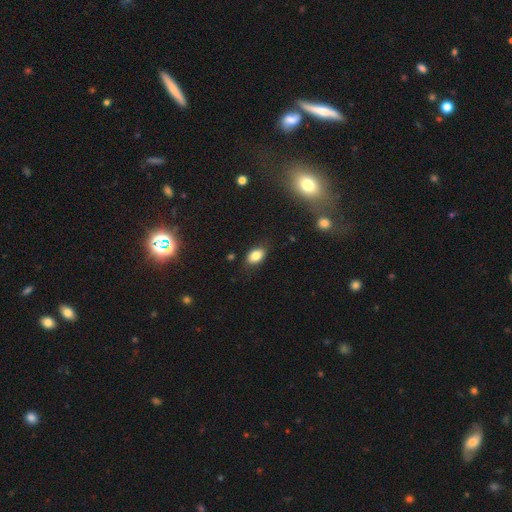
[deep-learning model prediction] A smooth galaxy with no disk features (83%) that is in between round and cigar-shaped (88%).

Vote fractions:
- Smooth or featured? smooth: 83% / star or artifact: 9% / featured or disk: 8%
- How rounded? in between: 88% / round: 10% / cigar-shaped: 2%
- Merging? none: 82% / minor disturbance: 13% / major disturbance: 3% / merger: 1%